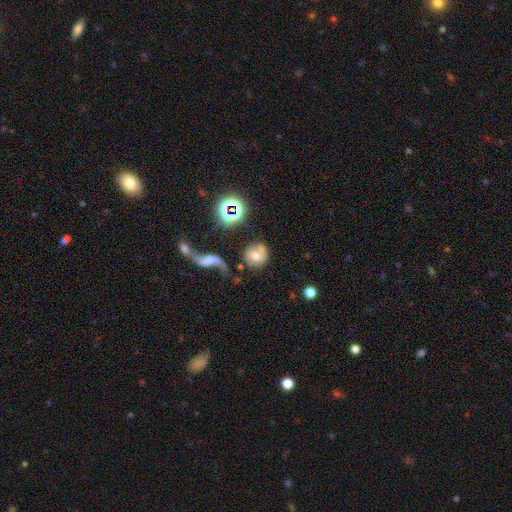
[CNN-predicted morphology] Smooth or featured: smooth — 46% (featured or disk — 42%)
Merging: none — 60% (minor disturbance — 16%)